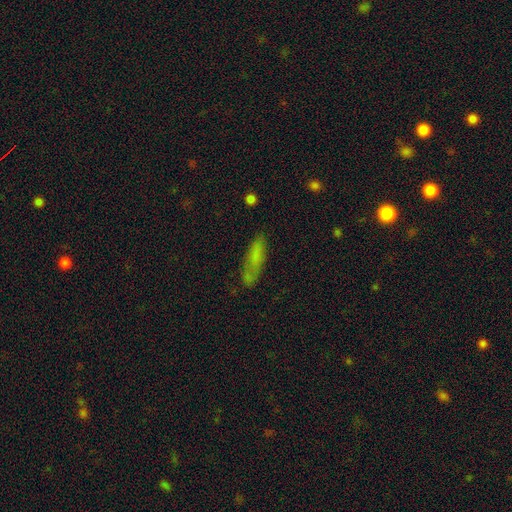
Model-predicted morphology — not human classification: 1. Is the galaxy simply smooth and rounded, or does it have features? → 72% smooth, 18% featured or disk, 10% star or artifact.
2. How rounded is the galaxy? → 61% cigar-shaped, 36% in between, 2% round.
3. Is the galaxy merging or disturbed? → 68% none, 21% minor disturbance, 8% major disturbance, 4% merger.